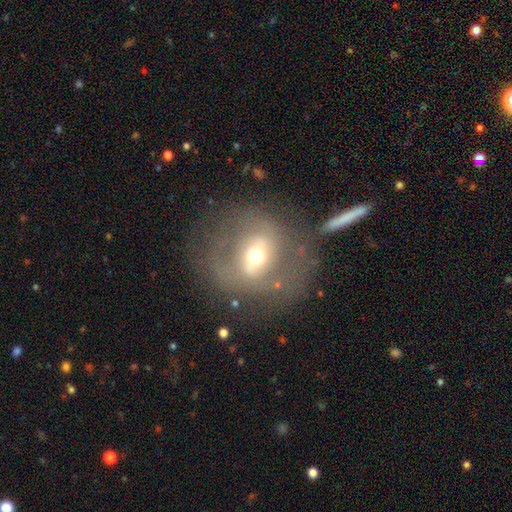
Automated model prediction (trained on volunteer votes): Morphology: type=featured or disk (62%); edge-on=no (91%); bar=strong (41%); spiral arms=no (57%); bulge=moderate (64%); merging=none (62%).